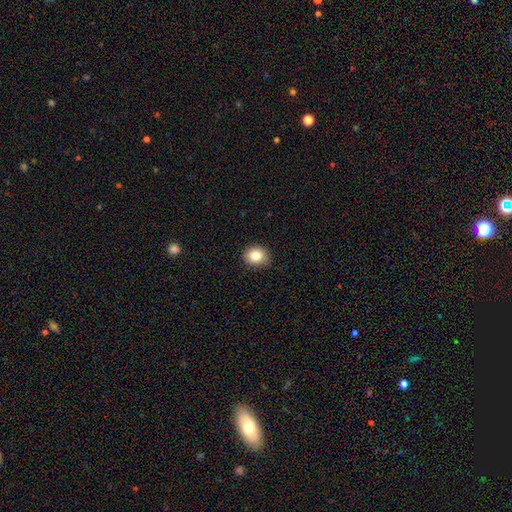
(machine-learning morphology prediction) smooth 83%, star or artifact 10%, featured or disk 7%. Down the decision tree: how rounded — round (72%); merging — none (86%).